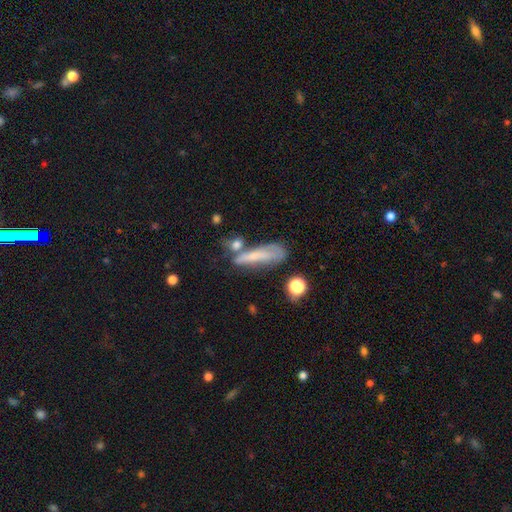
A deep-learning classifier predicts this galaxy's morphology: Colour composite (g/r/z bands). It shows a smooth galaxy with no disk features (53%) that is cigar-shaped (68%). Merging: none (39%).